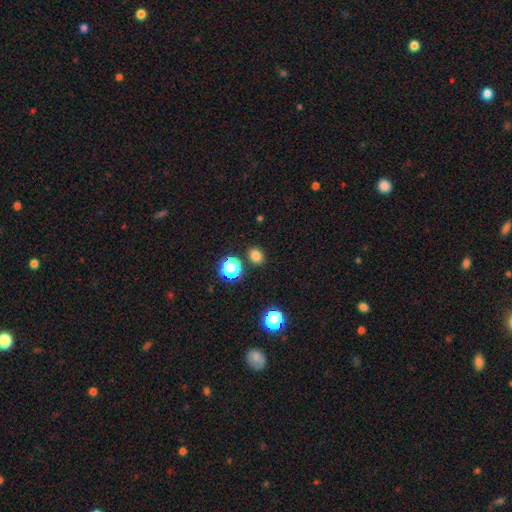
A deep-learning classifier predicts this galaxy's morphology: type=smooth (78%); roundness=round (66%); merging=none (86%).